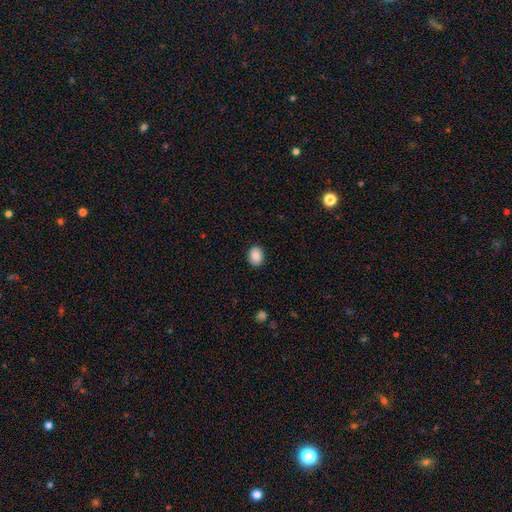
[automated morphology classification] Q: Smooth or featured?
A: smooth (89%); runner-up: star or artifact (8%)
Q: How rounded?
A: in between (63%); runner-up: round (36%)
Q: Merging?
A: none (89%); runner-up: minor disturbance (8%)